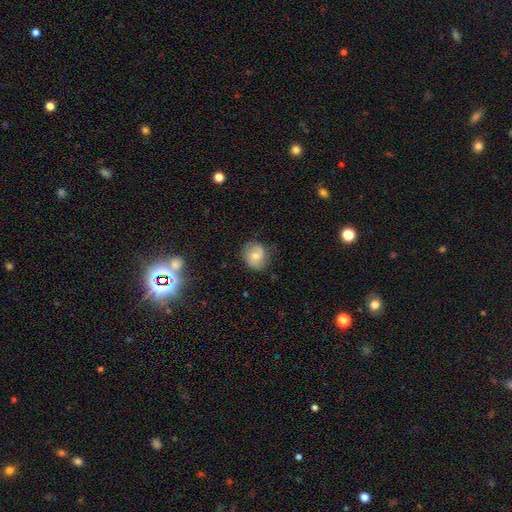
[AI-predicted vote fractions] Q: Smooth or featured?
A: smooth (53%); runner-up: featured or disk (39%)
Q: How rounded?
A: round (76%); runner-up: in between (23%)
Q: Merging?
A: none (76%); runner-up: minor disturbance (18%)